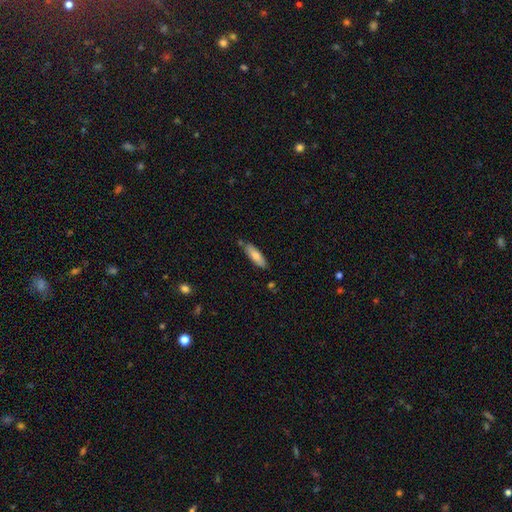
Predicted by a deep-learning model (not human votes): This appears to be a smooth galaxy with no disk features (76%) that is cigar-shaped (53%). Merging: none (75%).